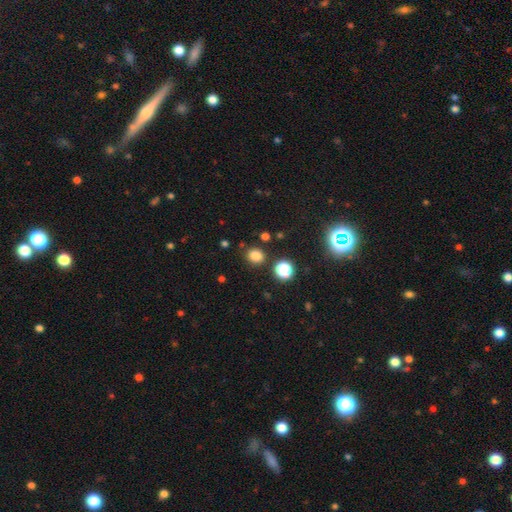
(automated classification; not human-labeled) A smooth galaxy with no disk features (79%) that is round (71%). Merging: none (83%).